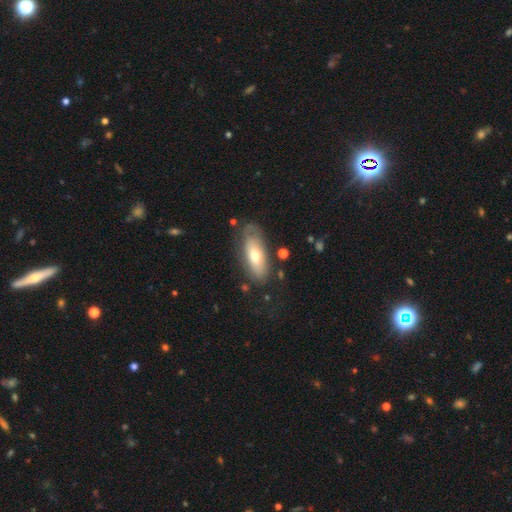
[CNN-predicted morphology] type=smooth (61%); roundness=in between (79%); merging=none (67%).